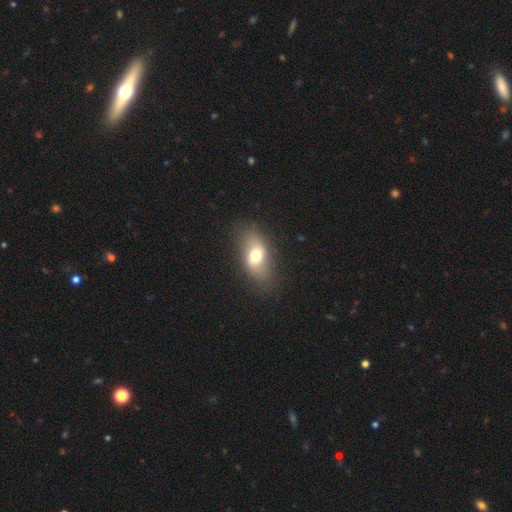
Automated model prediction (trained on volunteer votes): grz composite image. It shows a smooth galaxy with no disk features (63%) that is in between round and cigar-shaped (84%). Merging: none (77%).